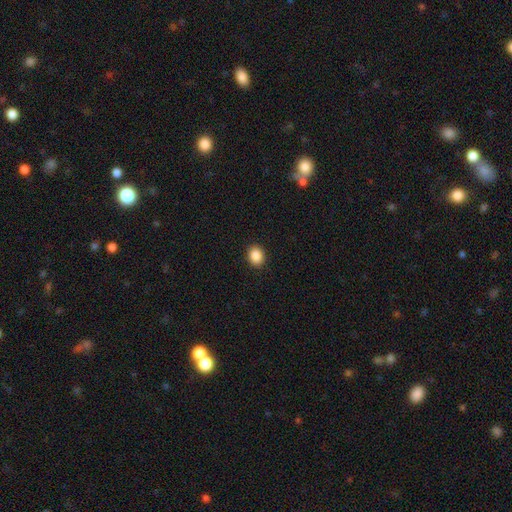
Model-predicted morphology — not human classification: Smooth or featured? smooth (88%)
How rounded? round (52%)
Merging? none (91%)